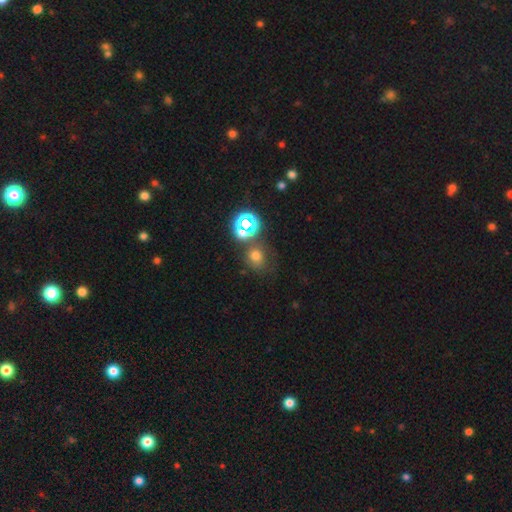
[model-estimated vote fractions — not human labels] smooth 63%, star or artifact 28%, featured or disk 9%. Down the decision tree: how rounded — round (80%); merging — none (65%).